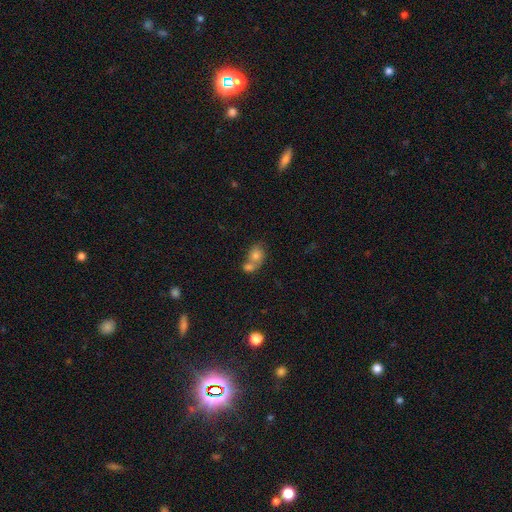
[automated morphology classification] Overall: smooth (75%). How rounded: in between (50%; round 49%). Merging: merger (62%; none 25%).